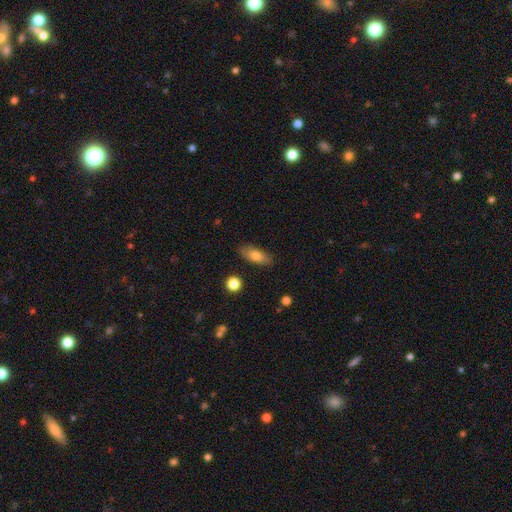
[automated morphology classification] Q: Smooth or featured?
A: smooth (74%); runner-up: featured or disk (19%)
Q: How rounded?
A: in between (72%); runner-up: cigar-shaped (24%)
Q: Merging?
A: none (85%); runner-up: minor disturbance (11%)